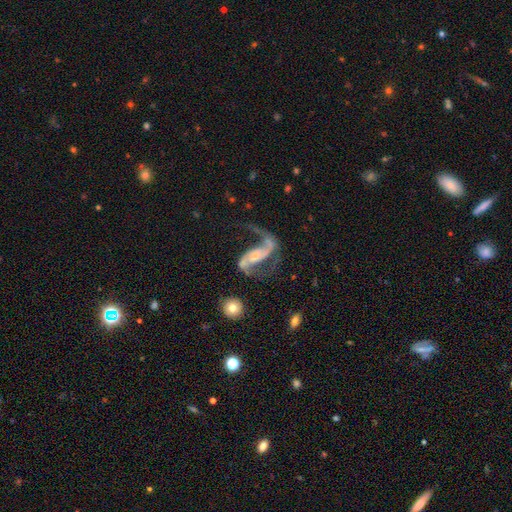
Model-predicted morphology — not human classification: smooth_or_featured: featured or disk (p=0.88) [alt: smooth p=0.07]
disk_edge_on: no (p=0.96) [alt: yes p=0.04]
bar: no (p=0.37) [alt: weak p=0.33]
has_spiral_arms: yes (p=0.95) [alt: no p=0.05]
spiral_winding: loose (p=0.68) [alt: medium p=0.26]
spiral_arm_count: 2 (p=0.83) [alt: 1 p=0.12]
bulge_size: small (p=0.57) [alt: moderate p=0.30]
merging: none (p=0.42) [alt: major disturbance p=0.36]